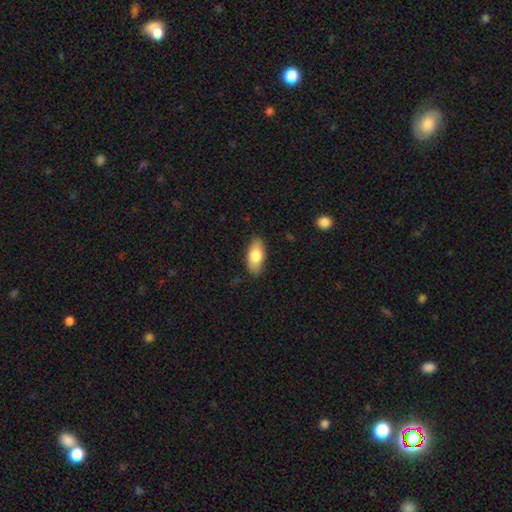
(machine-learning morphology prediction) This is likely a smooth galaxy (77%). How rounded: clearly in between (89%). Merging: clearly none (86%).